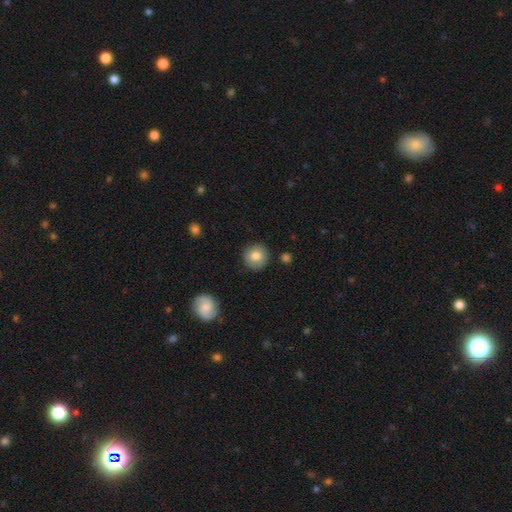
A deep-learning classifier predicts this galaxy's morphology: smooth-or-featured: smooth: 79% | featured or disk: 13% | star or artifact: 8%
  how-rounded: round: 91% | in between: 8% | cigar-shaped: 1%
  merging: none: 87% | minor disturbance: 9% | major disturbance: 2% | merger: 2%